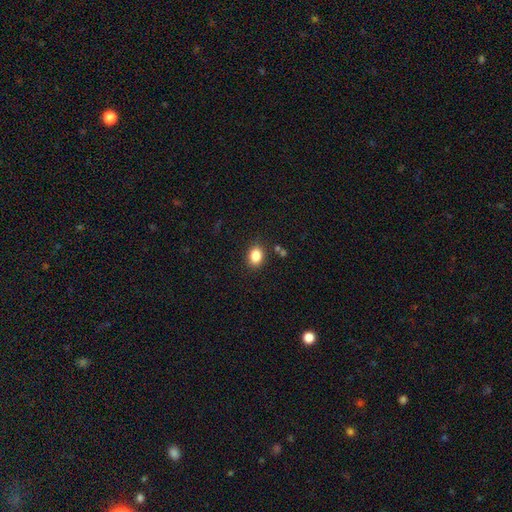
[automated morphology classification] Q: Smooth or featured?
A: smooth (86%); runner-up: star or artifact (9%)
Q: How rounded?
A: in between (69%); runner-up: round (30%)
Q: Merging?
A: none (85%); runner-up: minor disturbance (9%)